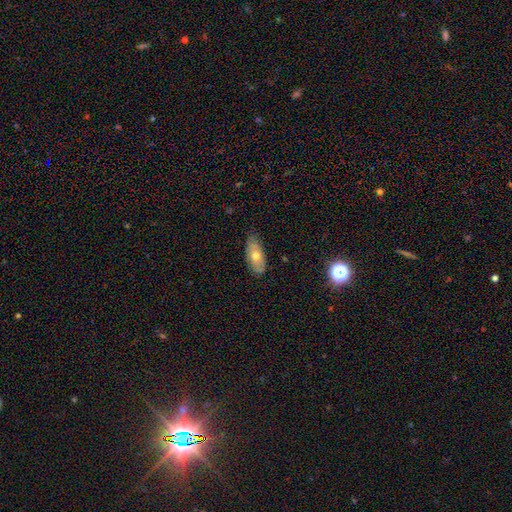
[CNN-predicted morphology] Overall: smooth (56%; featured or disk 36%). How rounded: in between (85%). Merging: none (77%).